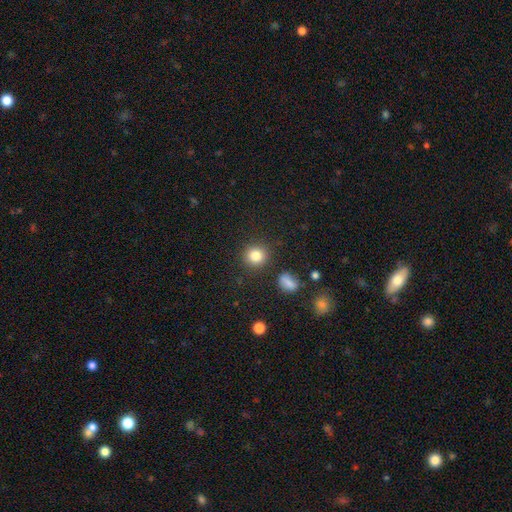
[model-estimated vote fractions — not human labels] A smooth galaxy with no disk features (84%) that is round (88%).

Vote fractions:
- Smooth or featured? smooth: 84% / star or artifact: 11% / featured or disk: 6%
- How rounded? round: 88% / in between: 11% / cigar-shaped: 1%
- Merging? none: 87% / minor disturbance: 7% / merger: 3% / major disturbance: 3%